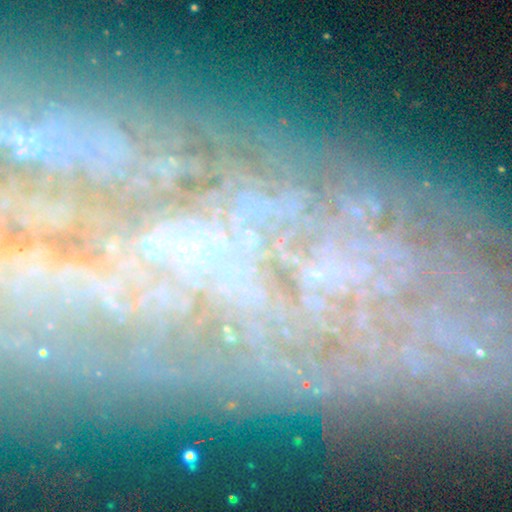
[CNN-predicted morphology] Smooth or featured? featured or disk (51%)
Edge-on disk? no (90%)
Merging? none (62%)